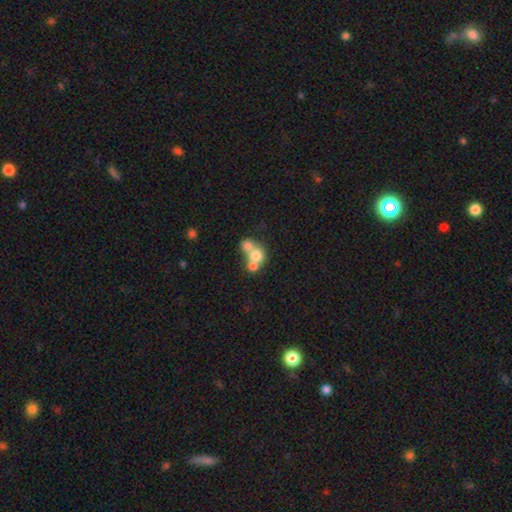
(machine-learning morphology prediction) Smooth or featured? Predicted: smooth (p=0.66). How rounded? Predicted: round (p=0.77). Merging? Predicted: merger (p=0.65).